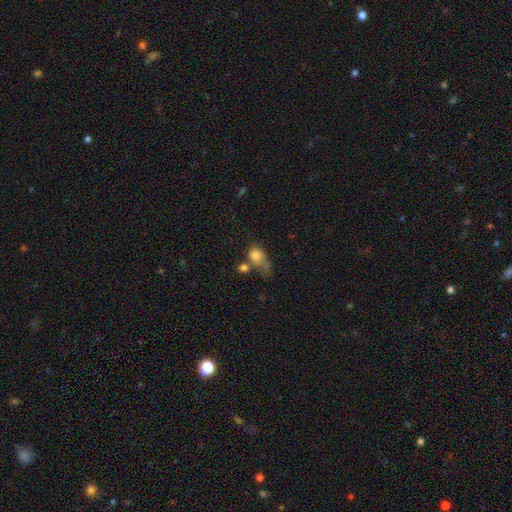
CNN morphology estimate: Smooth or featured: smooth — 77% (featured or disk — 13%)
How rounded: round — 50% (in between — 48%)
Merging: merger — 31% (major disturbance — 26%)